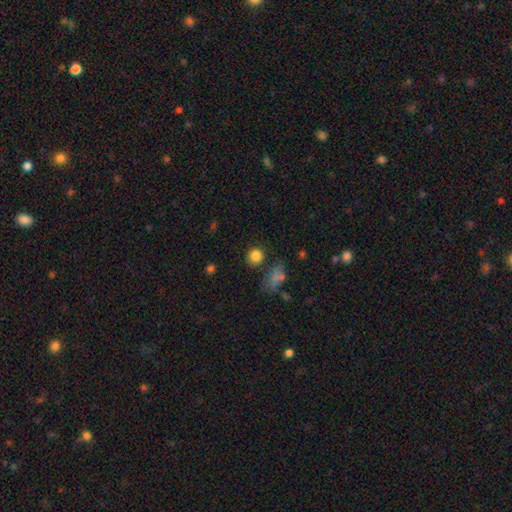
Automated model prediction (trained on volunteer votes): Smooth or featured? Predicted: smooth (p=0.84). How rounded? Predicted: round (p=0.88). Merging? Predicted: none (p=0.81).